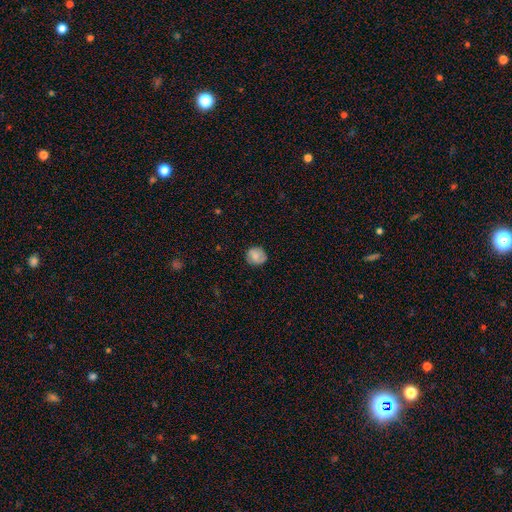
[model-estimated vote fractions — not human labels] Smooth or featured? Predicted: smooth (p=0.76). How rounded? Predicted: round (p=0.81). Merging? Predicted: none (p=0.79).